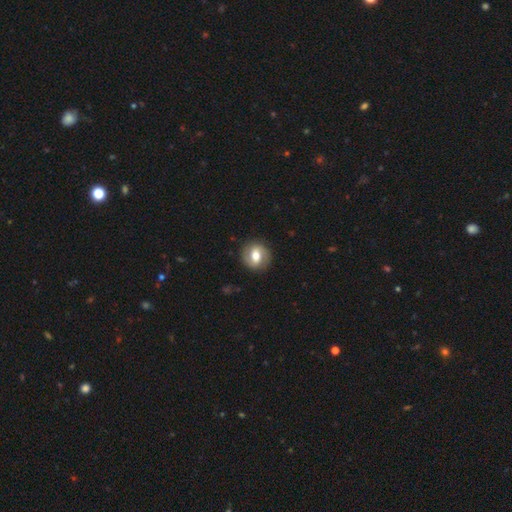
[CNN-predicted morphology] This appears to be a smooth galaxy with no disk features (51%) that is round (76%). Merging: none (86%).